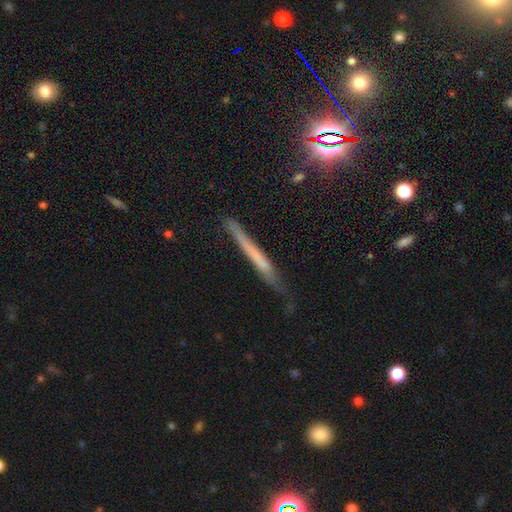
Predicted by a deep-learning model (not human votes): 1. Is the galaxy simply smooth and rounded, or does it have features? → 48% smooth, 42% featured or disk, 9% star or artifact.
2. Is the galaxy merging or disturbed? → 69% none, 24% minor disturbance, 5% major disturbance, 2% merger.